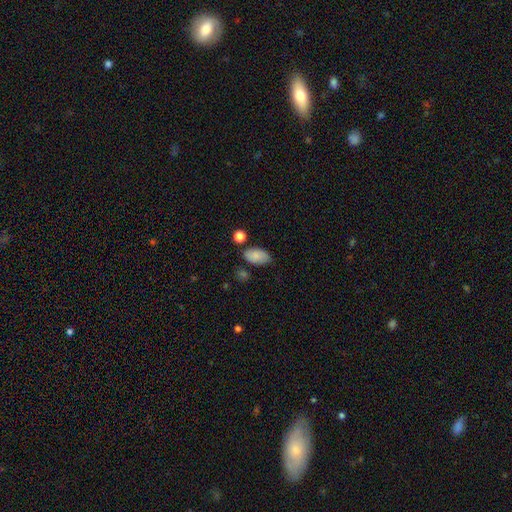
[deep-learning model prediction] Smooth or featured: smooth — 84% (featured or disk — 8%)
How rounded: in between — 93% (round — 5%)
Merging: none — 73% (minor disturbance — 17%)